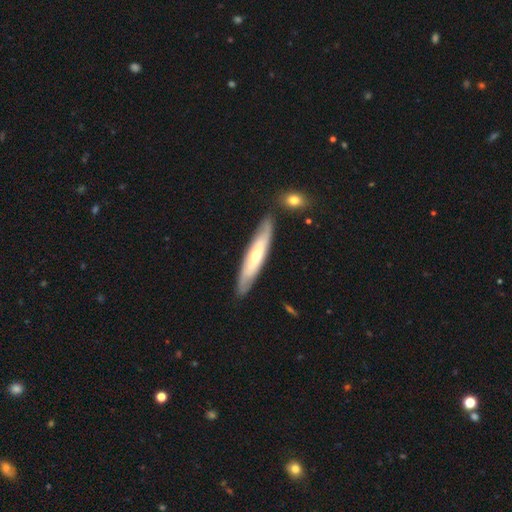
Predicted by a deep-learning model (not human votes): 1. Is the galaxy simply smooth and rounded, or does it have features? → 58% featured or disk, 37% smooth, 5% star or artifact.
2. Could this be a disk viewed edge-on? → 61% yes, 39% no.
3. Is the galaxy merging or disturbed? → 85% none, 10% minor disturbance, 2% merger, 2% major disturbance.